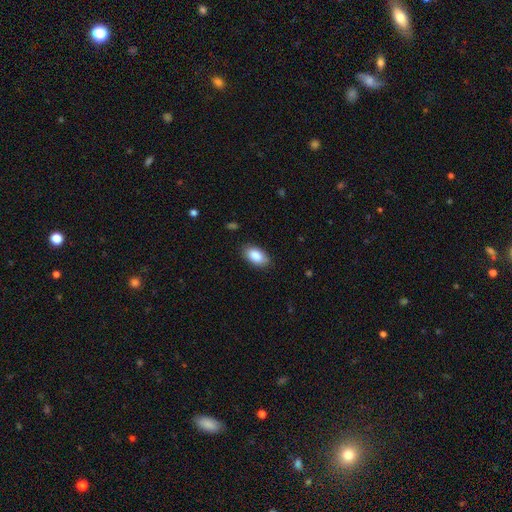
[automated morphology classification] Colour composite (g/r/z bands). It shows a smooth galaxy with no disk features (87%) that is in between round and cigar-shaped (94%). Merging: none (86%).